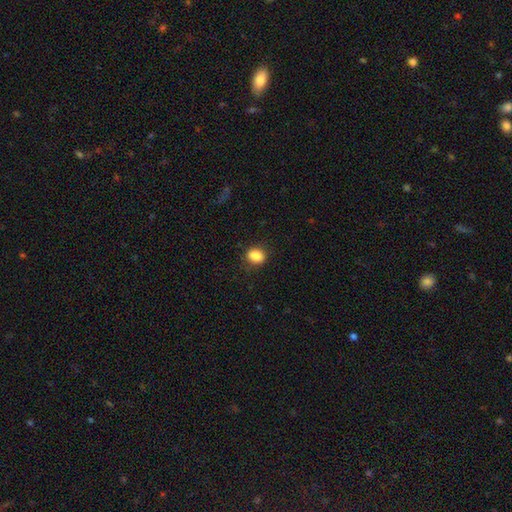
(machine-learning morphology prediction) Smooth or featured? Predicted: smooth (p=0.87). How rounded? Predicted: in between (p=0.52). Merging? Predicted: none (p=0.84).